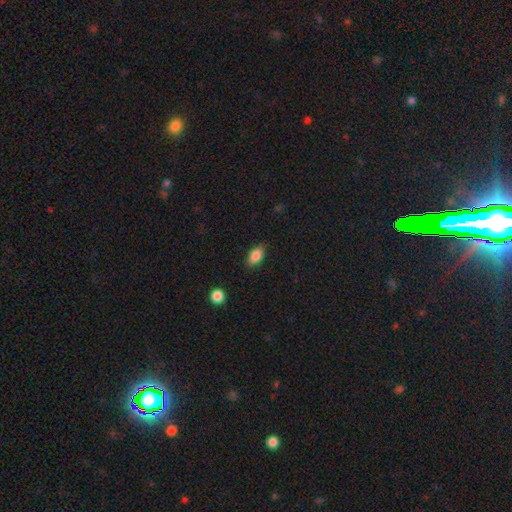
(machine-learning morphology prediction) The model was most divided on "merging": none: 83%, minor disturbance: 13%, major disturbance: 3%, merger: 1%. More confident: how rounded — in between (88%); smooth or featured — smooth (83%).